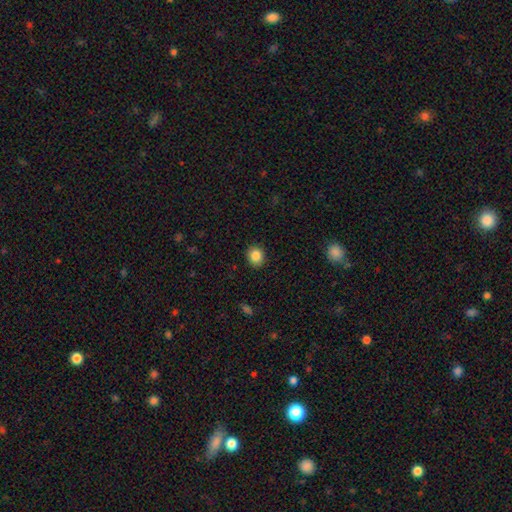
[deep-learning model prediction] This is clearly a smooth galaxy (85%). How rounded: likely round (76%). Merging: clearly none (90%).